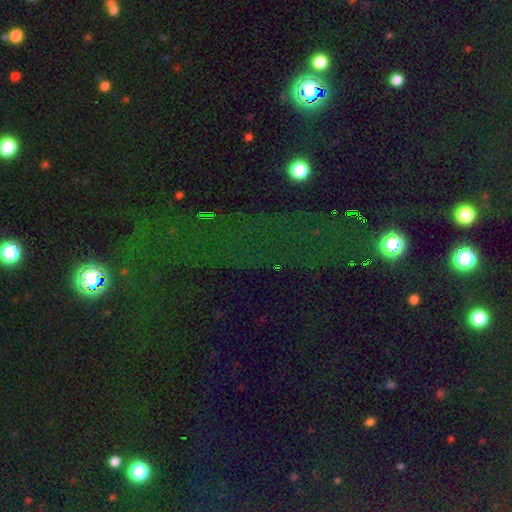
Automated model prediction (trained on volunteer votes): Morphology: type=star or artifact (70%).